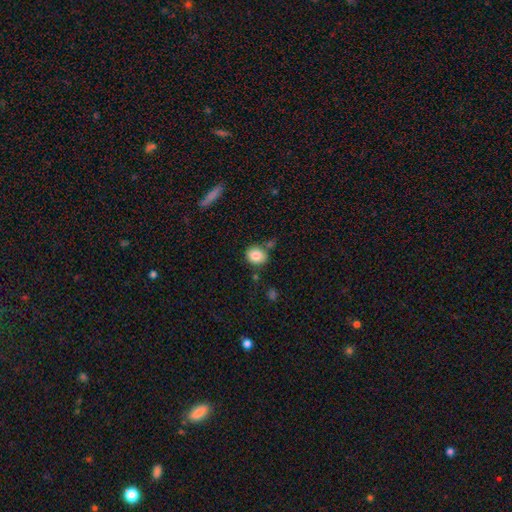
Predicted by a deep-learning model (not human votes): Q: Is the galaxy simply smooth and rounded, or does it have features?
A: smooth — 85%.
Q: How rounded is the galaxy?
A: round — 62%.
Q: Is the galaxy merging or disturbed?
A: none — 71%.